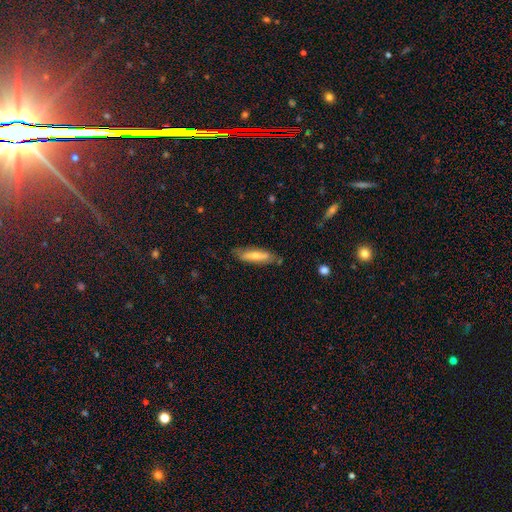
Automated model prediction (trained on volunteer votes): smooth 58%, featured or disk 36%, star or artifact 6%. Down the decision tree: how rounded — cigar-shaped (68%); merging — none (74%).